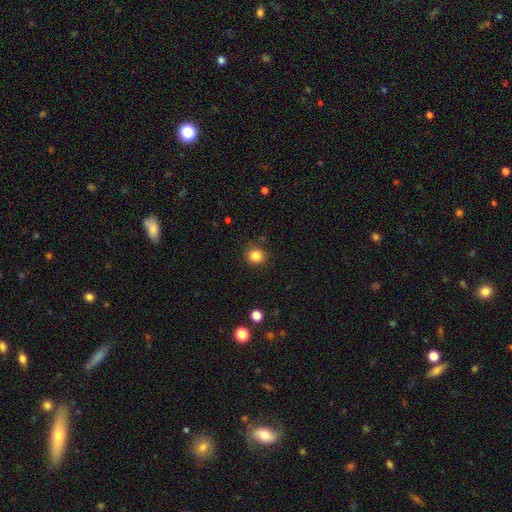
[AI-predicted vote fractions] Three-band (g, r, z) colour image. It shows a smooth galaxy with no disk features (84%) that is round (88%). Merging: none (87%).